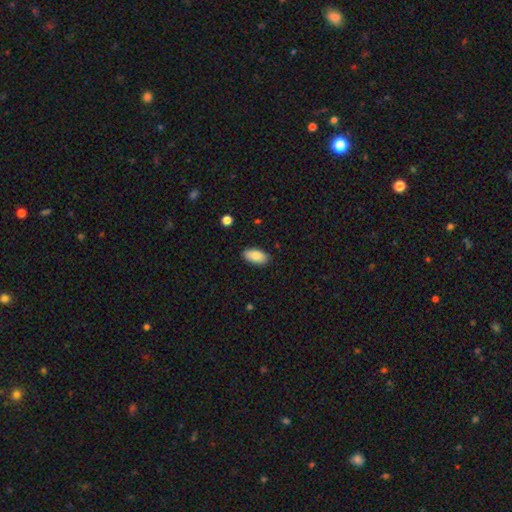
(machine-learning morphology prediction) Smooth or featured?
  - smooth: 86% *
  - featured or disk: 7%
  - star or artifact: 7%
How rounded?
  - in between: 93% *
  - cigar-shaped: 5%
  - round: 2%
Merging?
  - none: 87% *
  - minor disturbance: 10%
  - major disturbance: 2%
  - merger: 1%